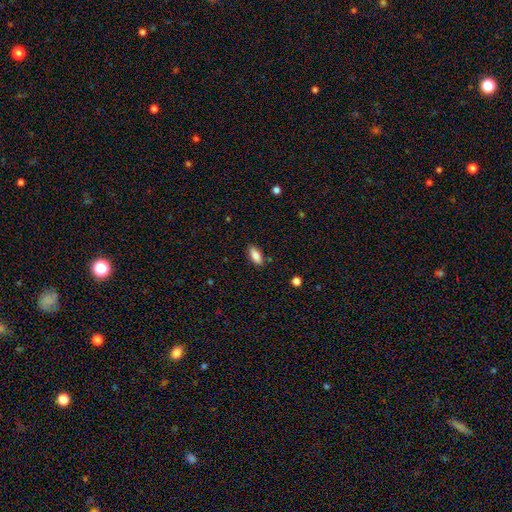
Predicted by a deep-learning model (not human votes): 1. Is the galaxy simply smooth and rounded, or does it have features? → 85% smooth, 8% featured or disk, 7% star or artifact.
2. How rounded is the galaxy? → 85% in between, 13% cigar-shaped, 2% round.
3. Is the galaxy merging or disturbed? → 86% none, 10% minor disturbance, 2% major disturbance, 2% merger.